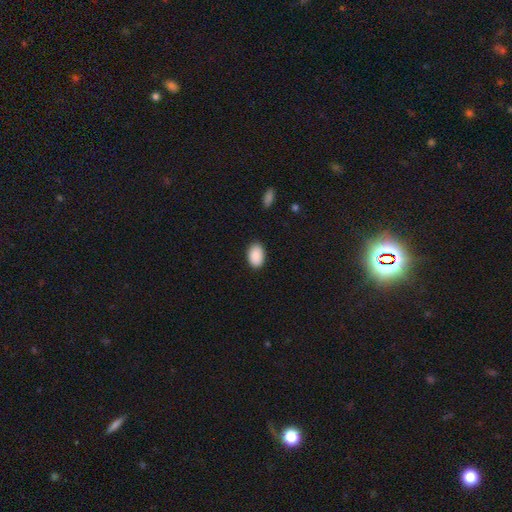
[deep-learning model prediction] smooth_or_featured: smooth (p=0.90) [alt: star or artifact p=0.07]
how_rounded: in between (p=0.89) [alt: round p=0.09]
merging: none (p=0.88) [alt: minor disturbance p=0.09]